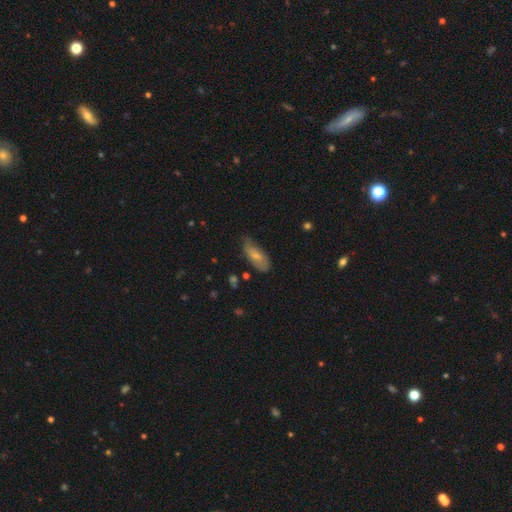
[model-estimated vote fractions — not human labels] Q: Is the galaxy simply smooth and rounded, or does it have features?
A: smooth — 69%.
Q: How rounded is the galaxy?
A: in between — 82%.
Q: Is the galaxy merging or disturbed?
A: none — 59%.